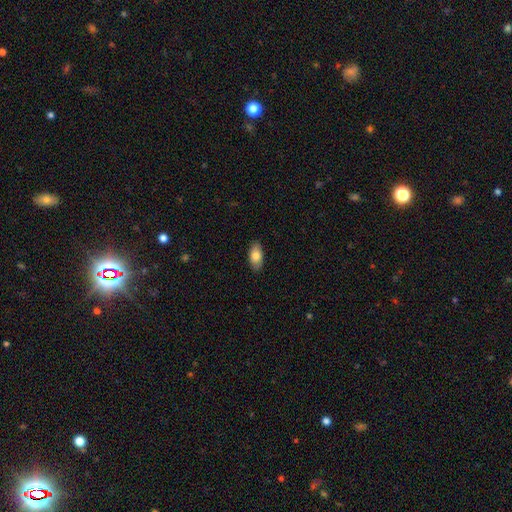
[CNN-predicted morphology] A smooth galaxy with no disk features (81%) that is in between round and cigar-shaped (92%). Merging: none (88%).